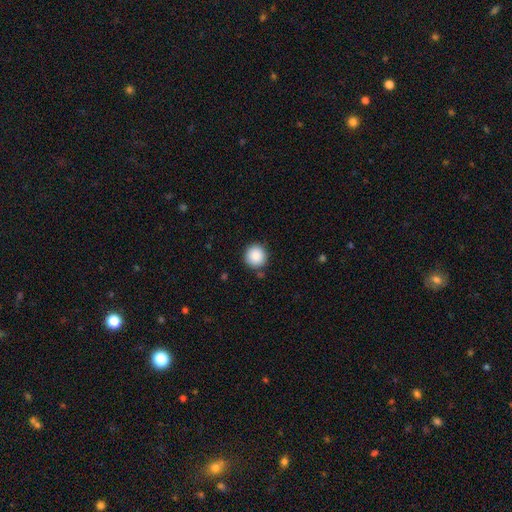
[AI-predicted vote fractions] Smooth or featured: smooth — 88% (star or artifact — 9%)
How rounded: round — 94% (in between — 5%)
Merging: none — 87% (minor disturbance — 8%)